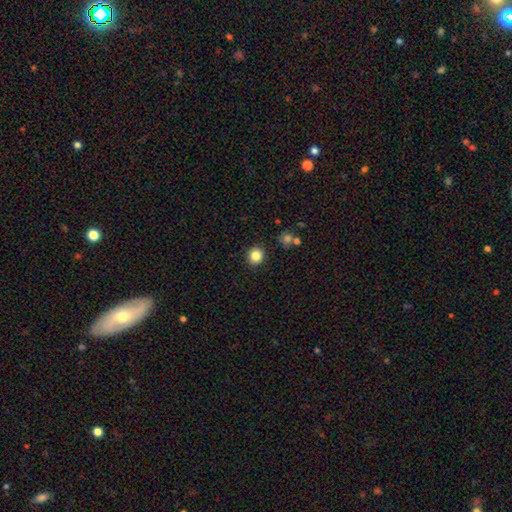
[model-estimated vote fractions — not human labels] Morphology: type=smooth (84%); roundness=round (89%); merging=none (91%).